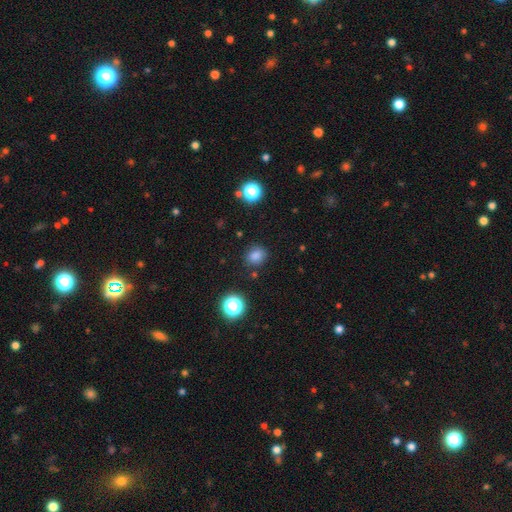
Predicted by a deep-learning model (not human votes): A smooth galaxy with no disk features (80%) that is round (66%). Merging: none (82%).